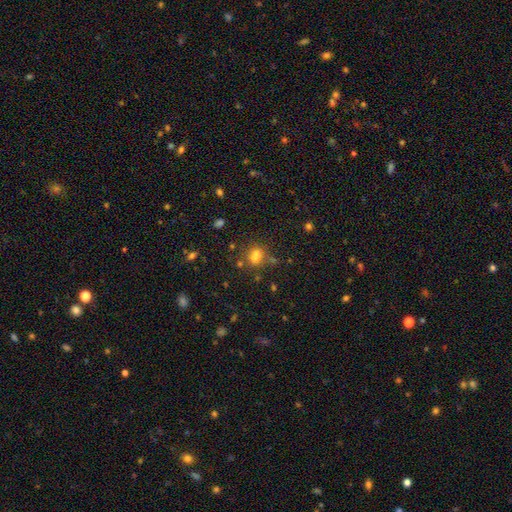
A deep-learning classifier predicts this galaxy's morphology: smooth 64%, star or artifact 22%, featured or disk 14%. Down the decision tree: how rounded — round (59%); merging — none (46%).